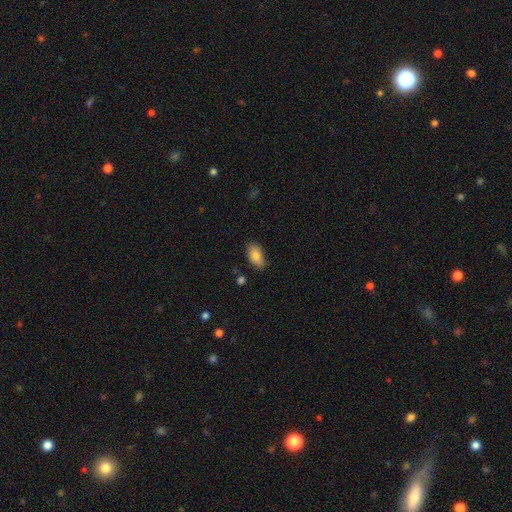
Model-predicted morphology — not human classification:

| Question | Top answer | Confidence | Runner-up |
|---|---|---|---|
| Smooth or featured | smooth | 86% | star or artifact (7%) |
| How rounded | in between | 93% | round (4%) |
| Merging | none | 81% | minor disturbance (14%) |